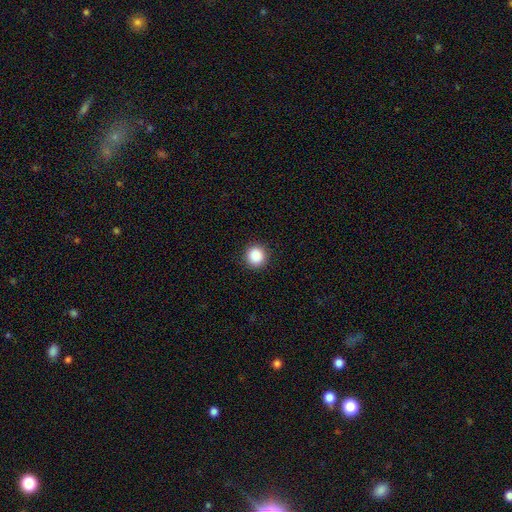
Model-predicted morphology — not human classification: A smooth galaxy with no disk features (88%) that is round (93%). Merging: none (91%).